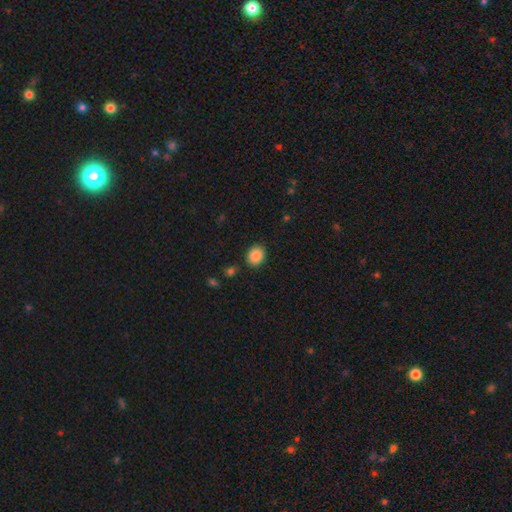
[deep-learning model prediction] Smooth or featured?
  - smooth: 88% *
  - star or artifact: 9%
  - featured or disk: 3%
How rounded?
  - round: 60% *
  - in between: 39%
  - cigar-shaped: 1%
Merging?
  - none: 86% *
  - minor disturbance: 9%
  - major disturbance: 3%
  - merger: 2%